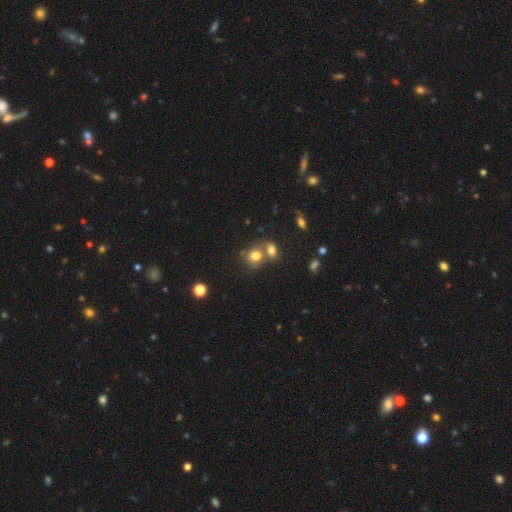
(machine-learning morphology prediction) The model was most divided on "merging": merger: 47%, none: 40%, minor disturbance: 9%, major disturbance: 4%. More confident: smooth or featured — smooth (76%); how rounded — round (66%).